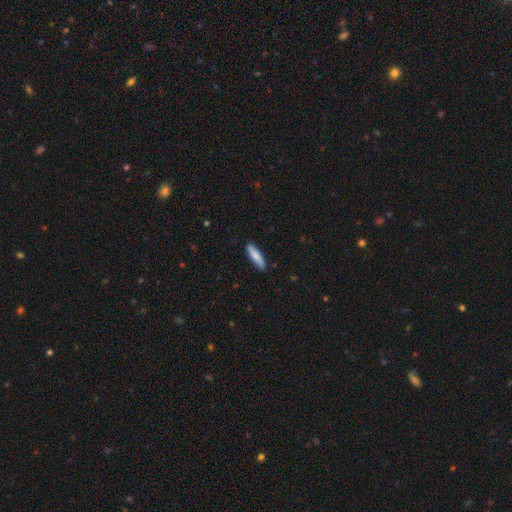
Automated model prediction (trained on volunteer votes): Morphology: type=smooth (79%); roundness=cigar-shaped (74%); merging=none (88%).